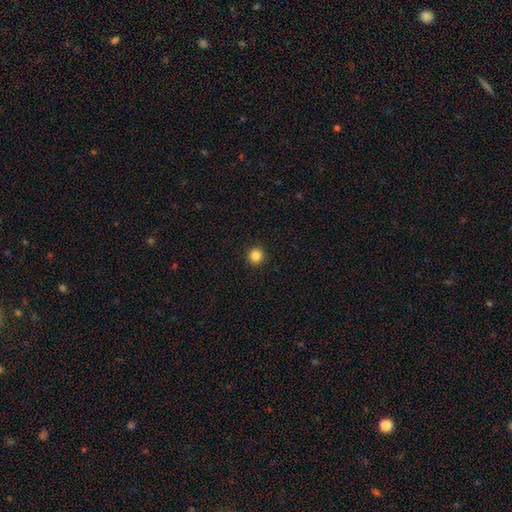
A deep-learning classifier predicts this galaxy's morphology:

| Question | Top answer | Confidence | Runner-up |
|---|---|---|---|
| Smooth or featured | smooth | 84% | star or artifact (12%) |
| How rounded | round | 95% | in between (4%) |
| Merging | none | 93% | minor disturbance (4%) |